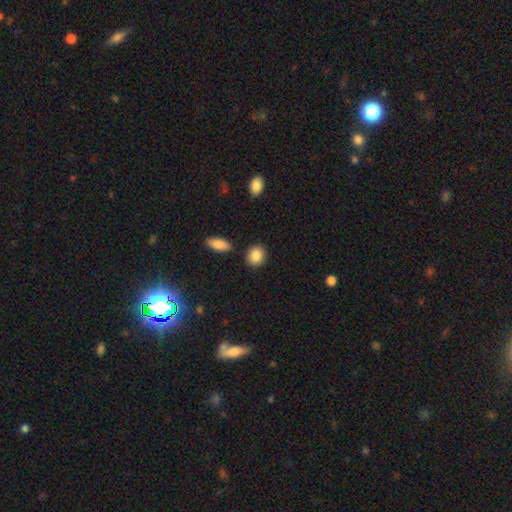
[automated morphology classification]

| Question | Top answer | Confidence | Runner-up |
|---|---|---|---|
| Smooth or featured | smooth | 88% | star or artifact (7%) |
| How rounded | round | 70% | in between (28%) |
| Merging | none | 86% | minor disturbance (8%) |